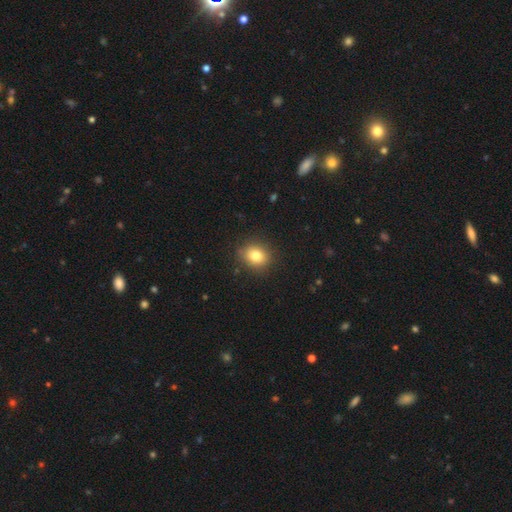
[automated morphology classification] Smooth or featured: smooth — 82% (star or artifact — 11%)
How rounded: round — 64% (in between — 35%)
Merging: none — 87% (minor disturbance — 9%)